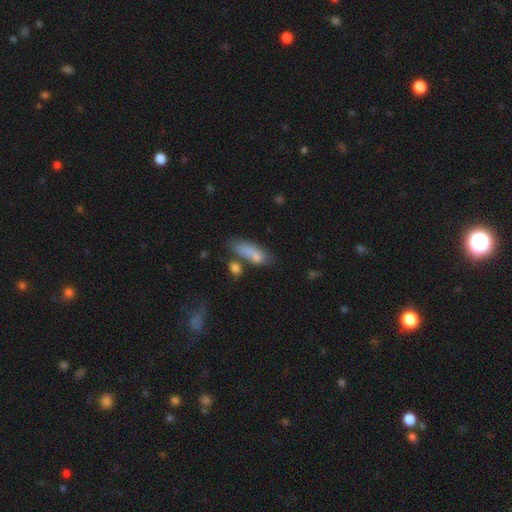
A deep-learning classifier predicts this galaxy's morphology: smooth-or-featured: smooth: 78% | featured or disk: 13% | star or artifact: 9%
  how-rounded: in between: 57% | cigar-shaped: 39% | round: 4%
  merging: none: 54% | minor disturbance: 19% | merger: 19% | major disturbance: 8%